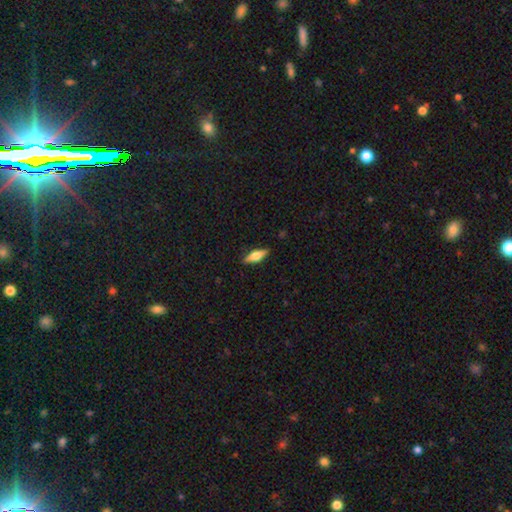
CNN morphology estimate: The model was most divided on "smooth or featured": featured or disk: 48%, smooth: 46%, star or artifact: 6%. More confident: merging — none (89%).